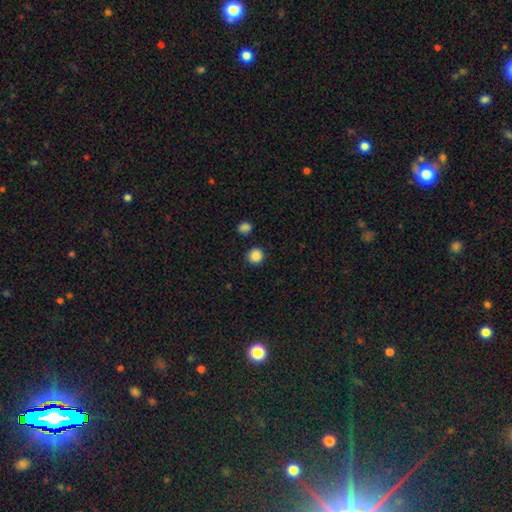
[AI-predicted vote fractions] smooth 87%, star or artifact 10%, featured or disk 3%. Down the decision tree: how rounded — round (94%); merging — none (88%).